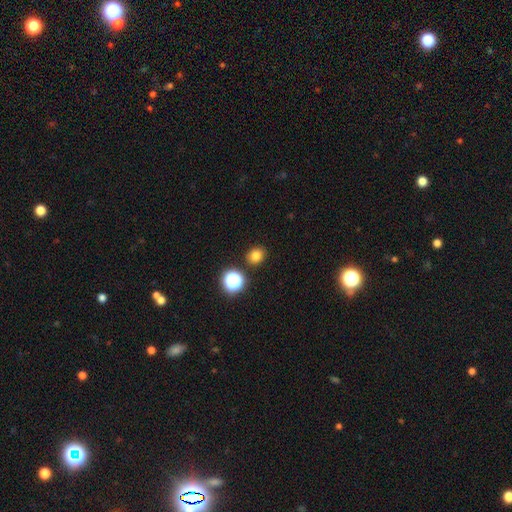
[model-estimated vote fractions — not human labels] A smooth galaxy with no disk features (79%) that is round (79%). Merging: none (88%).